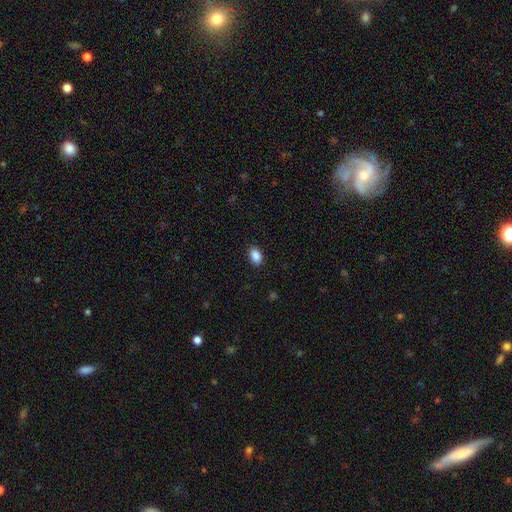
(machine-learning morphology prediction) Smooth or featured?
  - smooth: 88% *
  - star or artifact: 9%
  - featured or disk: 3%
How rounded?
  - in between: 87% *
  - round: 12%
  - cigar-shaped: 2%
Merging?
  - none: 89% *
  - minor disturbance: 8%
  - major disturbance: 2%
  - merger: 1%